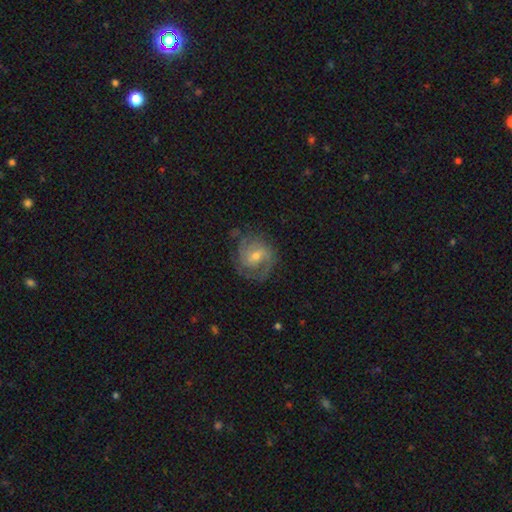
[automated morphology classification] featured or disk 81%, smooth 13%, star or artifact 6%. Down the decision tree: edge-on disk — no (98%); bar — weak (50%); spiral arms — yes (94%); spiral arm count — 2 (47%); spiral winding — tight (47%); bulge size — moderate (49%); merging — none (69%).